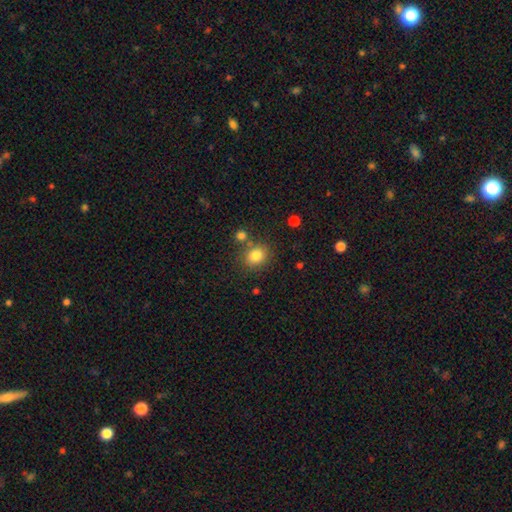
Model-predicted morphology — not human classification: Smooth or featured: smooth — 82% (star or artifact — 11%)
How rounded: round — 67% (in between — 32%)
Merging: none — 74% (merger — 12%)